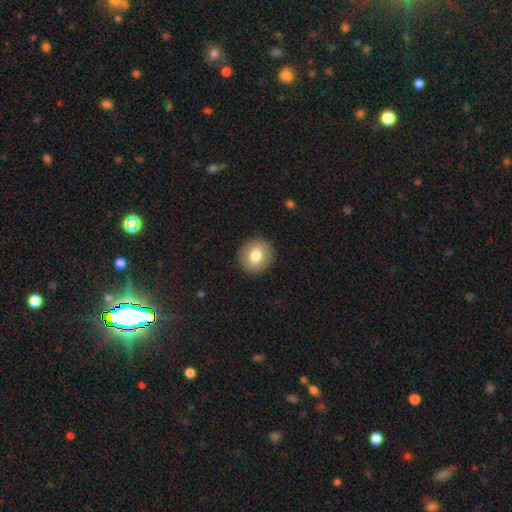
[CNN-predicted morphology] Overall: smooth (73%). How rounded: round (73%). Merging: none (90%).